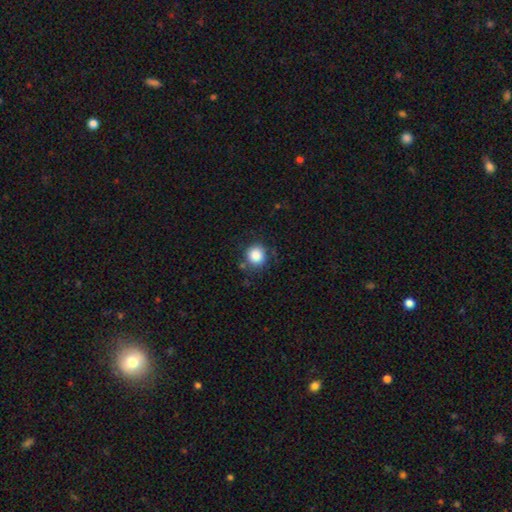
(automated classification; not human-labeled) smooth_or_featured: smooth (p=0.86) [alt: star or artifact p=0.10]
how_rounded: round (p=0.90) [alt: in between p=0.09]
merging: none (p=0.80) [alt: minor disturbance p=0.12]